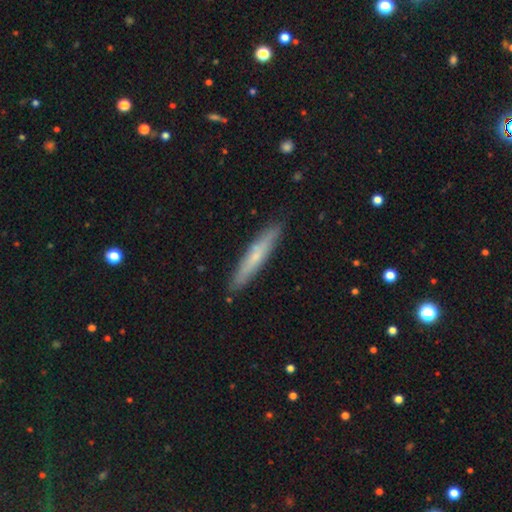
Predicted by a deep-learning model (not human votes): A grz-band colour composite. It shows a smooth galaxy with no disk features (54%) that is cigar-shaped (93%). Merging: none (89%).